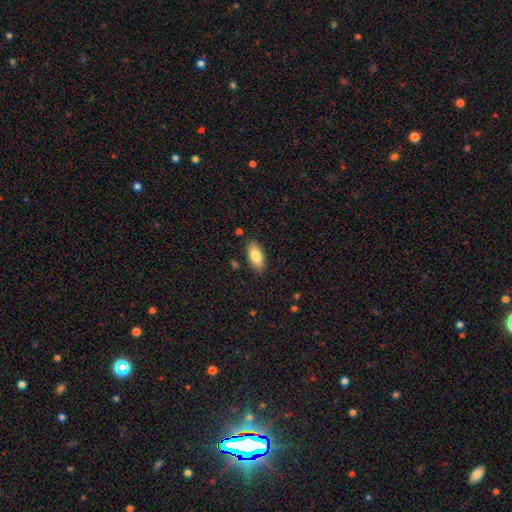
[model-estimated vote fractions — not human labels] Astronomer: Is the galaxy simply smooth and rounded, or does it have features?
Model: smooth — 81%.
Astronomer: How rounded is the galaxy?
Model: in between — 88%.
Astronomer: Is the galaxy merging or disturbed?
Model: none — 84%.